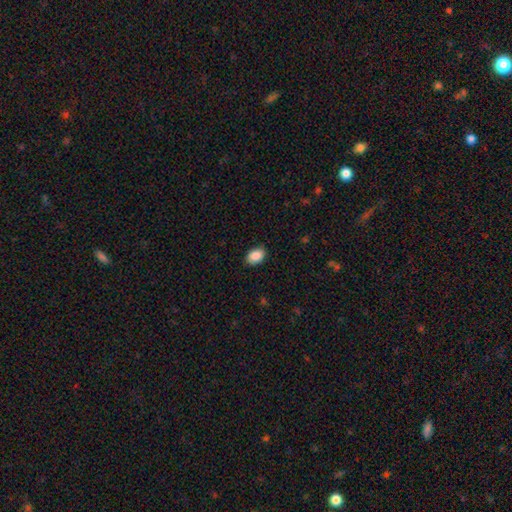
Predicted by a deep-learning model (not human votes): Smooth or featured: smooth — 90% (star or artifact — 7%)
How rounded: in between — 84% (round — 15%)
Merging: none — 87% (minor disturbance — 10%)